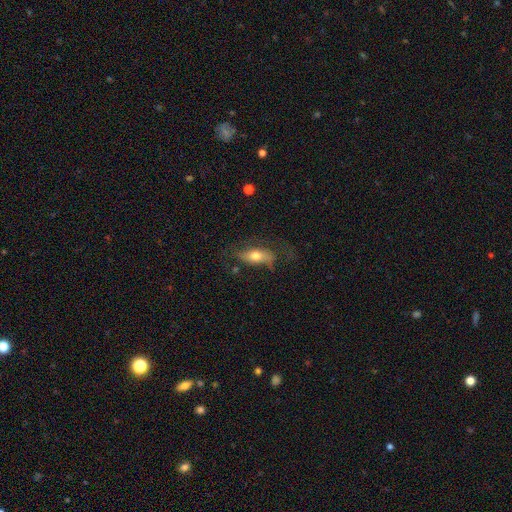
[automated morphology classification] This is possibly a smooth galaxy (52%). How rounded: likely in between (74%). Merging: possibly none (51%).